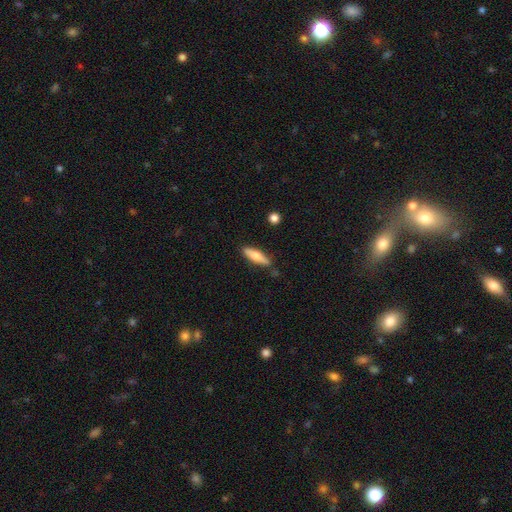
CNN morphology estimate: Smooth or featured?
  - smooth: 67% *
  - featured or disk: 27%
  - star or artifact: 6%
How rounded?
  - cigar-shaped: 63% *
  - in between: 35%
  - round: 2%
Merging?
  - none: 79% *
  - minor disturbance: 15%
  - merger: 3%
  - major disturbance: 3%